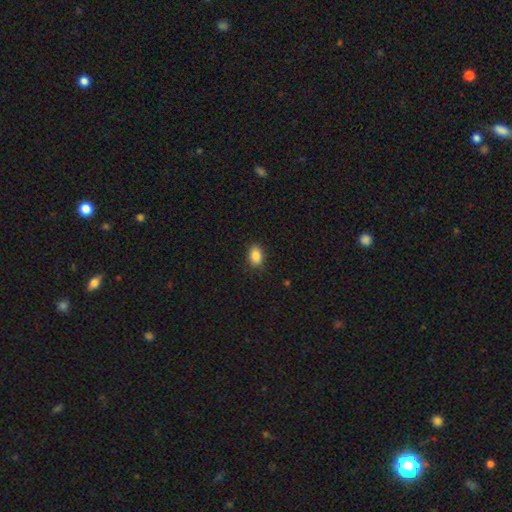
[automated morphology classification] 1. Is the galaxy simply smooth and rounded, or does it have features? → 87% smooth, 9% star or artifact, 4% featured or disk.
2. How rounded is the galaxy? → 82% in between, 16% round, 1% cigar-shaped.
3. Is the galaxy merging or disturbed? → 87% none, 9% minor disturbance, 2% major disturbance, 1% merger.